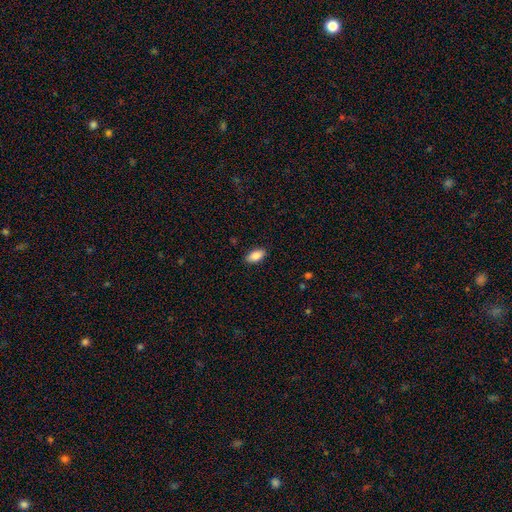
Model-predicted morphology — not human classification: Q: Smooth or featured?
A: smooth (88%); runner-up: star or artifact (7%)
Q: How rounded?
A: in between (92%); runner-up: cigar-shaped (6%)
Q: Merging?
A: none (88%); runner-up: minor disturbance (9%)